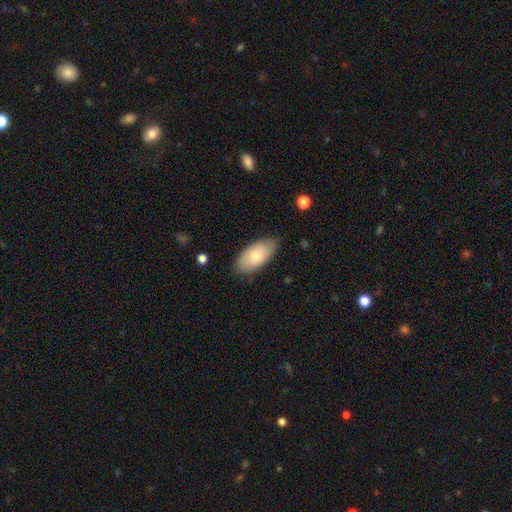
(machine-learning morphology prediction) smooth 77%, featured or disk 17%, star or artifact 6%. Down the decision tree: how rounded — in between (93%); merging — none (82%).